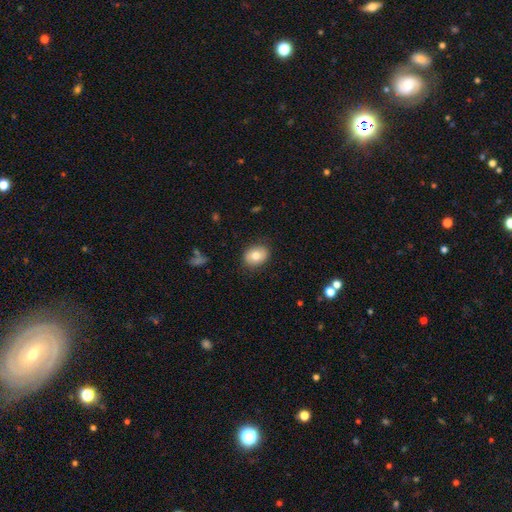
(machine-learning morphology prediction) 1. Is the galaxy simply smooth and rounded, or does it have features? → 76% smooth, 16% featured or disk, 8% star or artifact.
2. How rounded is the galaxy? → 62% in between, 37% round, 1% cigar-shaped.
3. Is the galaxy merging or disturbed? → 85% none, 12% minor disturbance, 3% major disturbance, 1% merger.